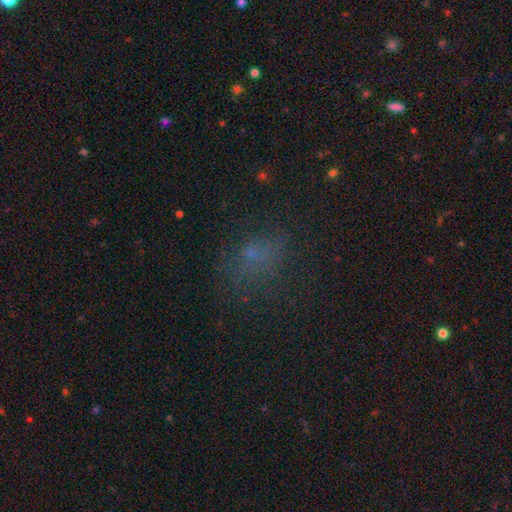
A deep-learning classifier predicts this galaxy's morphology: type=smooth (52%); roundness=in between (56%); merging=none (58%).